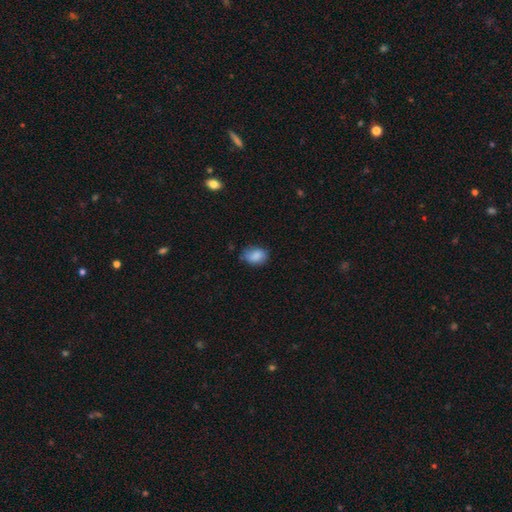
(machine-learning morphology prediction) smooth 85%, star or artifact 8%, featured or disk 7%. Down the decision tree: how rounded — in between (71%); merging — none (70%).